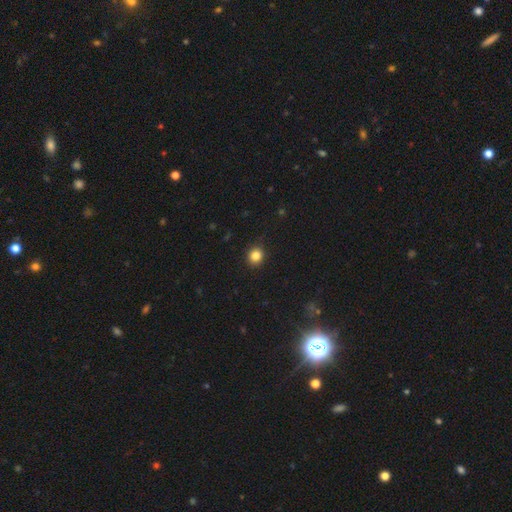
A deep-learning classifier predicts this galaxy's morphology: type=smooth (84%); roundness=round (86%); merging=none (90%).